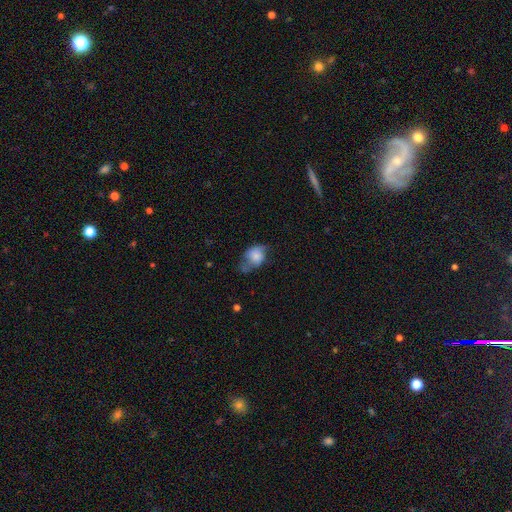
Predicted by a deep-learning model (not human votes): Smooth or featured? Predicted: smooth (p=0.63). How rounded? Predicted: in between (p=0.60). Merging? Predicted: none (p=0.36).